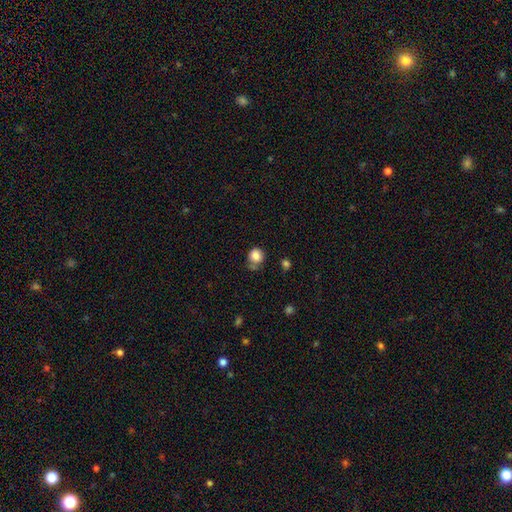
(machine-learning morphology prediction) type=smooth (84%); roundness=round (80%); merging=none (58%).